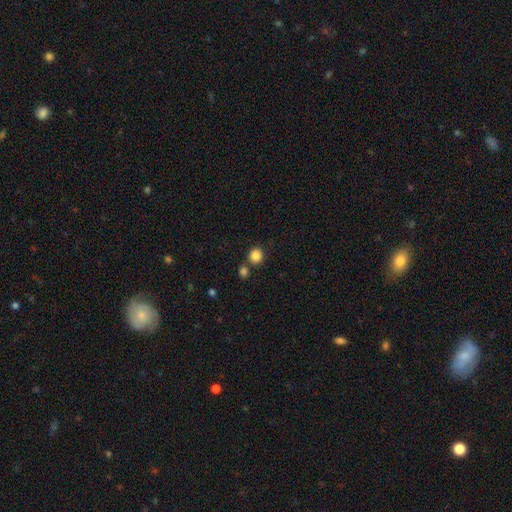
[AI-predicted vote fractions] This is clearly a smooth galaxy (85%). How rounded: clearly round (86%). Merging: likely none (74%).